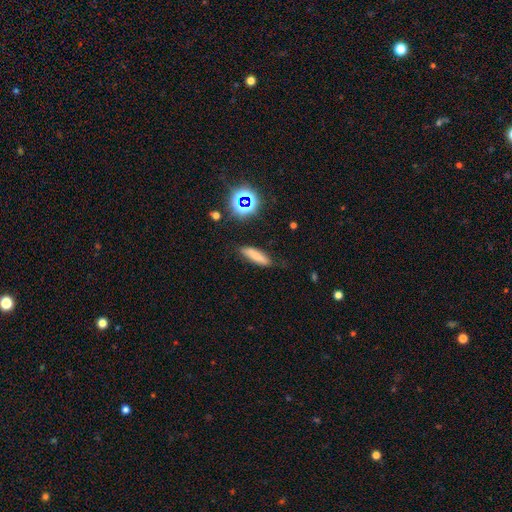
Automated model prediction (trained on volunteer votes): smooth-or-featured: smooth: 72% | featured or disk: 15% | star or artifact: 13%
  how-rounded: cigar-shaped: 70% | in between: 27% | round: 3%
  merging: none: 82% | minor disturbance: 13% | major disturbance: 3% | merger: 2%